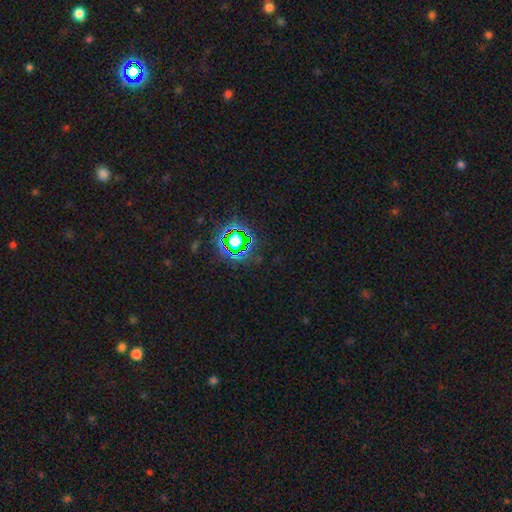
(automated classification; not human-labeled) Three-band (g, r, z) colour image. It shows a star or artifact, not a galaxy (78%).